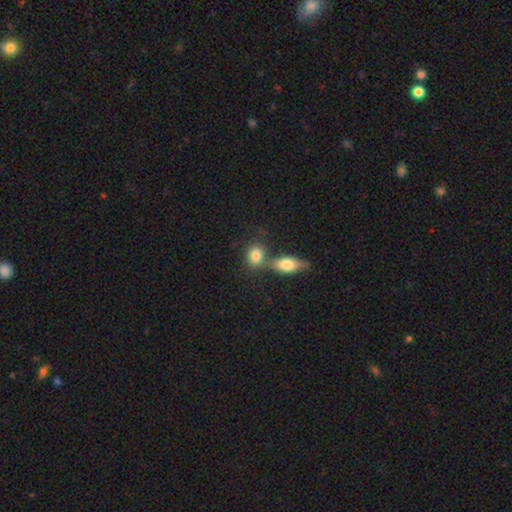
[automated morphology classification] This appears to be a smooth galaxy with no disk features (81%) that is round (50%). Merging: merger (44%).